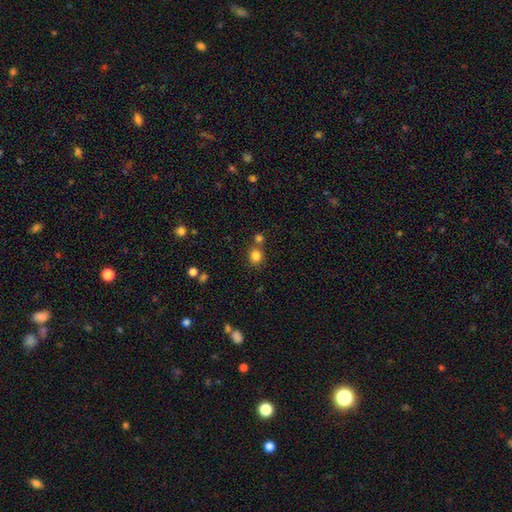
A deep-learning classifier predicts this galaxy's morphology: Smooth or featured? Predicted: smooth (p=0.82). How rounded? Predicted: round (p=0.82). Merging? Predicted: none (p=0.66).